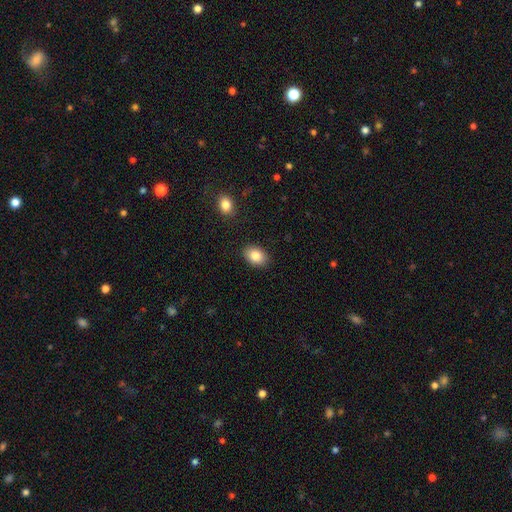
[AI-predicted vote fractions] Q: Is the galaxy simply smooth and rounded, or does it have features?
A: smooth — 84%.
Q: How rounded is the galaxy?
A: in between — 81%.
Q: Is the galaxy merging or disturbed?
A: none — 89%.